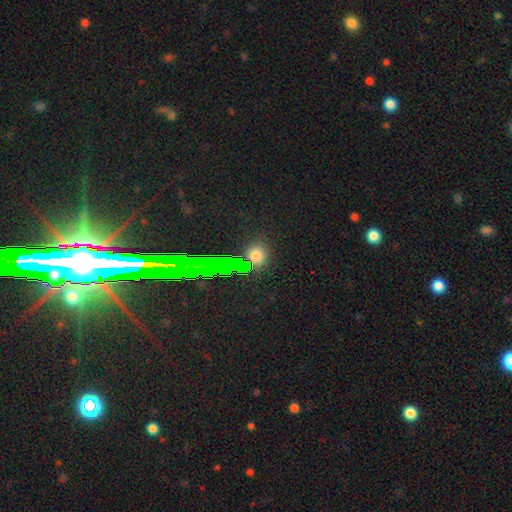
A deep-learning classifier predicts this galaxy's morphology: A smooth galaxy with no disk features (62%) that is round (75%). Merging: none (83%).